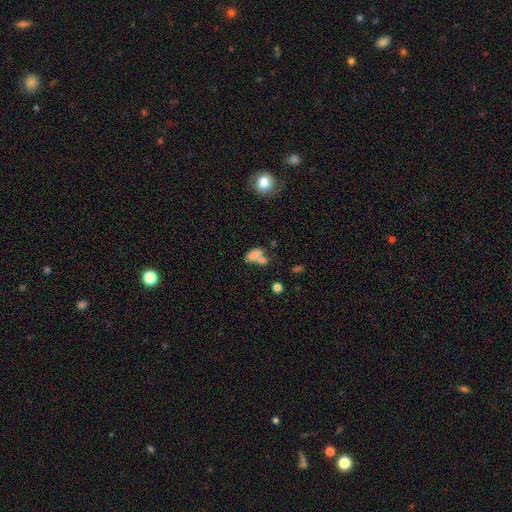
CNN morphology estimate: smooth-or-featured: smooth: 75% | featured or disk: 14% | star or artifact: 11%
  how-rounded: in between: 84% | round: 10% | cigar-shaped: 6%
  merging: merger: 52% | none: 27% | minor disturbance: 13% | major disturbance: 8%